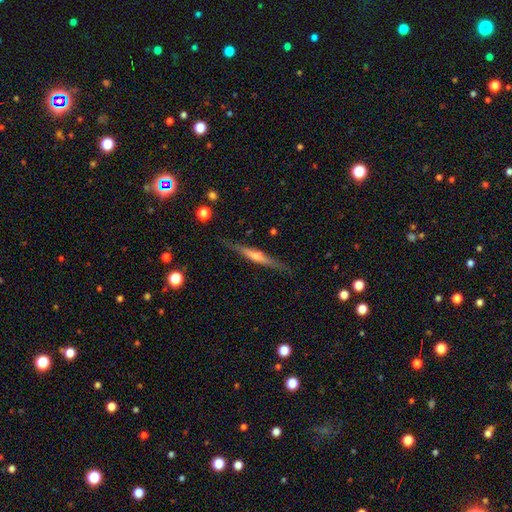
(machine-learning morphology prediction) Smooth or featured?
  - featured or disk: 69% *
  - smooth: 24%
  - star or artifact: 7%
Edge-on disk?
  - yes: 97% *
  - no: 3%
Edge-on bulge?
  - rounded: 63% *
  - none: 22%
  - boxy: 15%
Merging?
  - none: 88% *
  - minor disturbance: 9%
  - major disturbance: 2%
  - merger: 1%